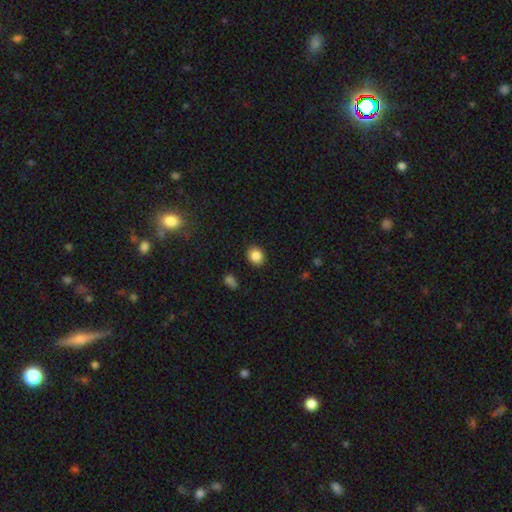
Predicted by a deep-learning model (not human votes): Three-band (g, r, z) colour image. It shows a smooth galaxy with no disk features (86%) that is round (60%). Merging: none (88%).